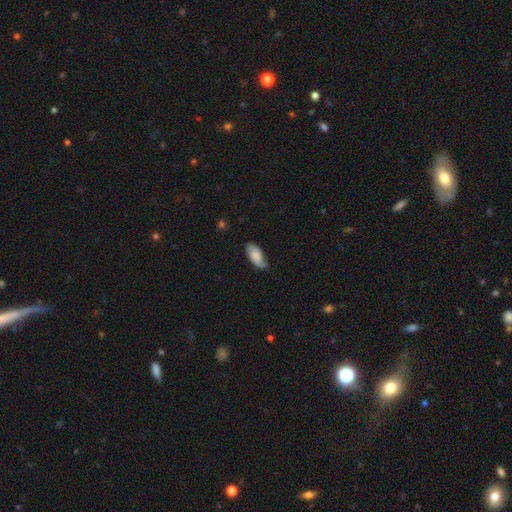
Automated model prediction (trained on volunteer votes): Morphology: type=smooth (64%); roundness=in between (92%); merging=none (65%).